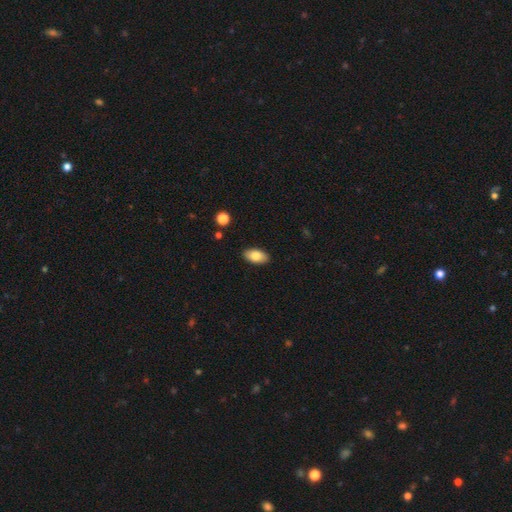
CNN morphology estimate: Smooth or featured? Predicted: smooth (p=0.83). How rounded? Predicted: in between (p=0.93). Merging? Predicted: none (p=0.89).